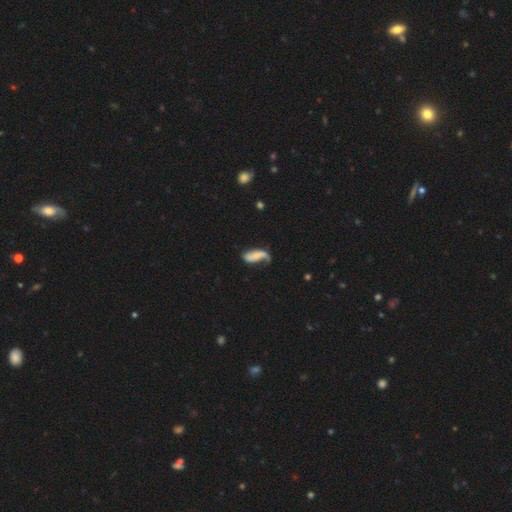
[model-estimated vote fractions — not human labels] Smooth or featured: smooth — 47% (featured or disk — 46%)
Merging: none — 35% (minor disturbance — 30%)